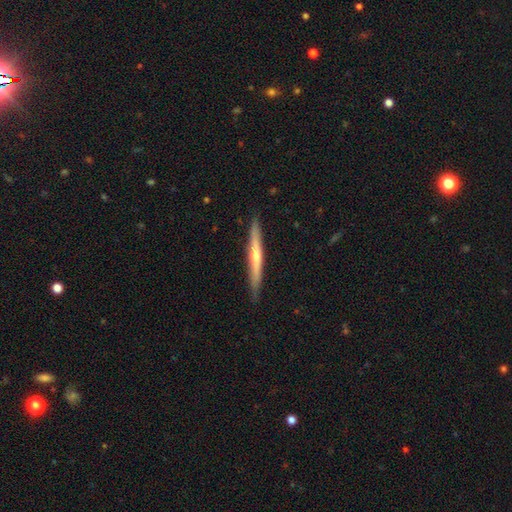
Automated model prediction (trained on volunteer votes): smooth_or_featured: featured or disk (p=0.62) [alt: smooth p=0.33]
disk_edge_on: yes (p=0.96) [alt: no p=0.04]
edge_on_bulge: rounded (p=0.65) [alt: none p=0.31]
merging: none (p=0.89) [alt: minor disturbance p=0.08]